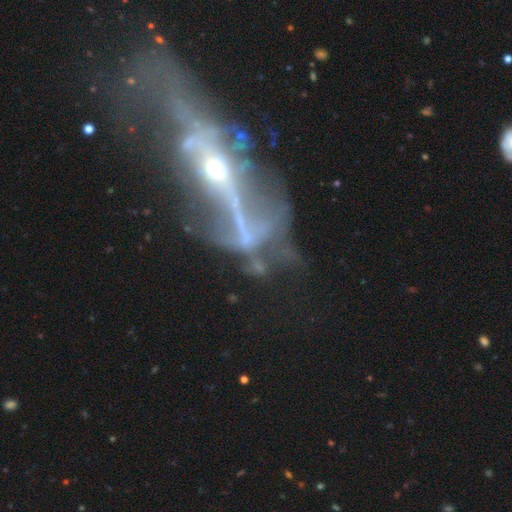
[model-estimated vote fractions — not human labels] This is likely a featured or disk galaxy (75%). It is likely not viewed edge-on (63%). Merging: possibly major disturbance (47%).